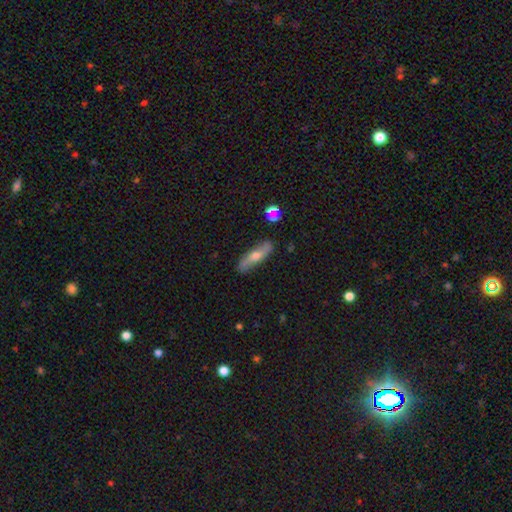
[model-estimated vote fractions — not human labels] Smooth or featured: featured or disk — 49% (smooth — 44%)
Merging: none — 83% (minor disturbance — 12%)